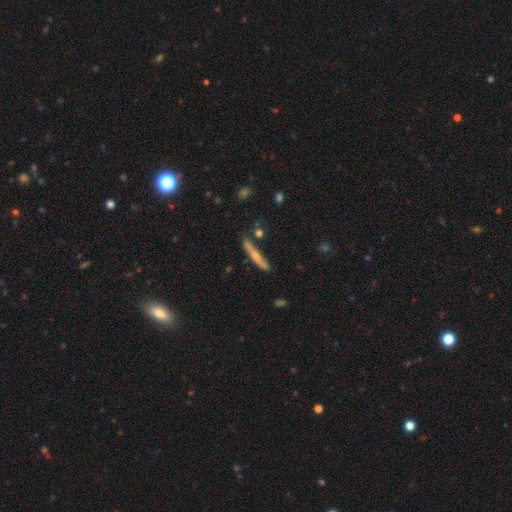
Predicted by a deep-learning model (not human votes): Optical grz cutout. It shows a featured or disk galaxy (49%). Merging: none (80%).